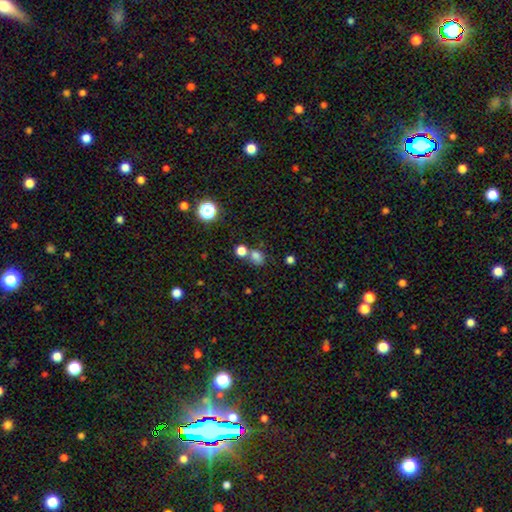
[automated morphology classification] A smooth galaxy with no disk features (74%) that is round (56%).

Vote fractions:
- Smooth or featured? smooth: 74% / star or artifact: 18% / featured or disk: 8%
- How rounded? round: 56% / in between: 43% / cigar-shaped: 1%
- Merging? none: 52% / merger: 31% / minor disturbance: 12% / major disturbance: 6%